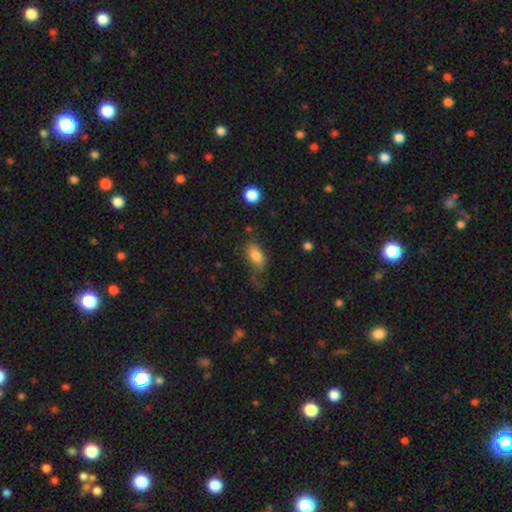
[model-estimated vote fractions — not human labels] A smooth galaxy with no disk features (80%) that is in between round and cigar-shaped (89%). Merging: none (52%).